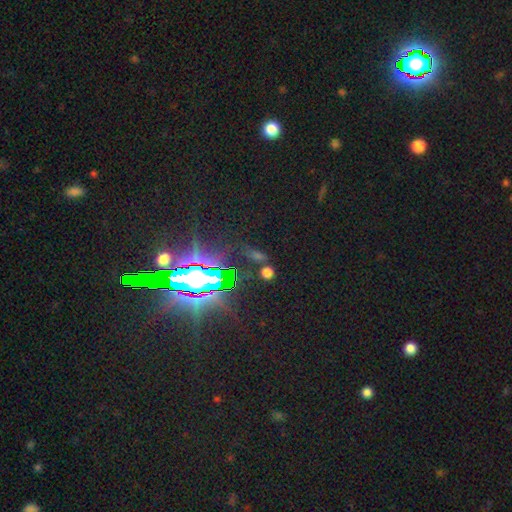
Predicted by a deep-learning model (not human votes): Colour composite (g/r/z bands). It shows a star or artifact, not a galaxy (71%).